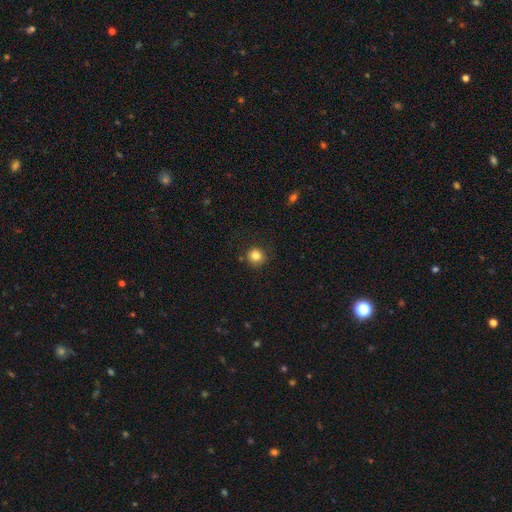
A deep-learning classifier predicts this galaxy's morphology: This is clearly a smooth galaxy (83%). How rounded: clearly round (92%). Merging: clearly none (85%).